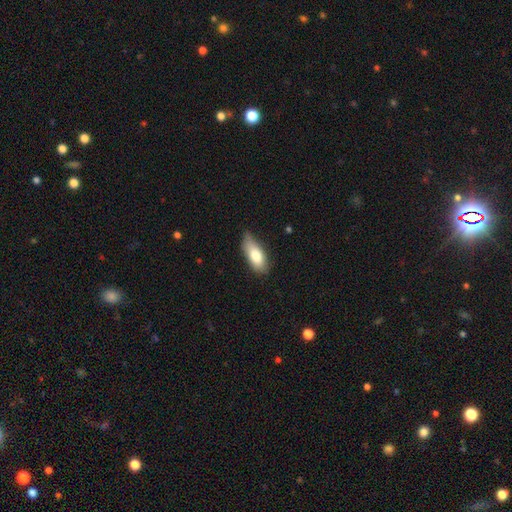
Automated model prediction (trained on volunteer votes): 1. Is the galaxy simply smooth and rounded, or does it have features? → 77% smooth, 16% featured or disk, 7% star or artifact.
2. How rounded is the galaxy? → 82% in between, 15% cigar-shaped, 3% round.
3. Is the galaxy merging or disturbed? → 63% none, 30% minor disturbance, 5% major disturbance, 2% merger.